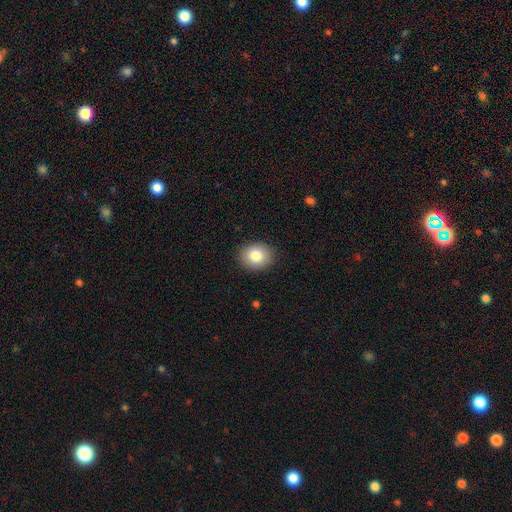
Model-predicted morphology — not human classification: Overall: smooth (82%). How rounded: round (56%; in between 43%). Merging: none (89%).